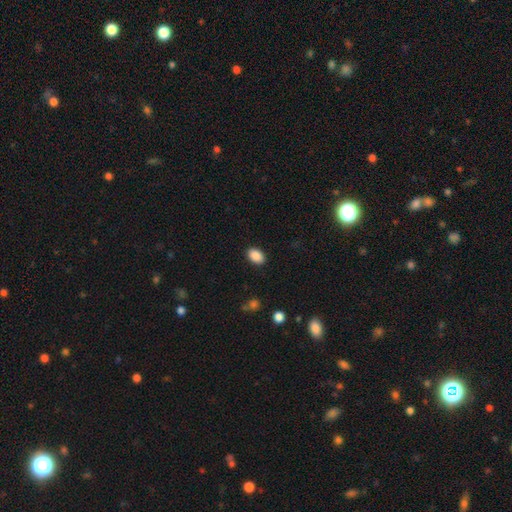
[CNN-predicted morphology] A smooth galaxy with no disk features (89%) that is in between round and cigar-shaped (86%).

Vote fractions:
- Smooth or featured? smooth: 89% / star or artifact: 8% / featured or disk: 3%
- How rounded? in between: 86% / round: 13% / cigar-shaped: 1%
- Merging? none: 89% / minor disturbance: 8% / major disturbance: 2% / merger: 1%